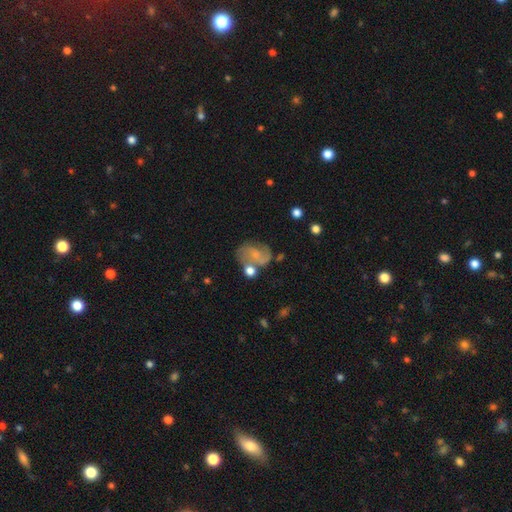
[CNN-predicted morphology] featured or disk 60%, smooth 30%, star or artifact 10%. Down the decision tree: edge-on disk — no (98%); bar — no (53%); spiral arms — yes (83%); bulge size — small (49%); merging — none (48%).